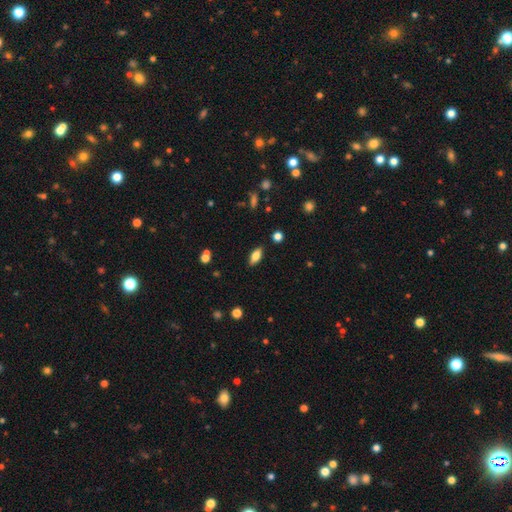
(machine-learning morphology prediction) This appears to be a smooth galaxy with no disk features (73%) that is in between round and cigar-shaped (84%). Merging: none (87%).